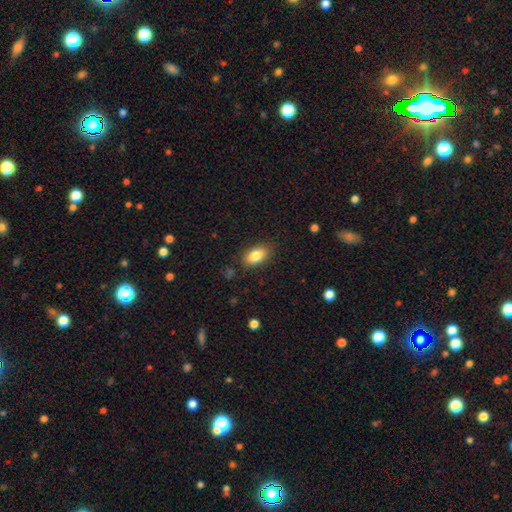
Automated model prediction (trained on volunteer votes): Smooth or featured? Predicted: smooth (p=0.83). How rounded? Predicted: in between (p=0.90). Merging? Predicted: none (p=0.86).